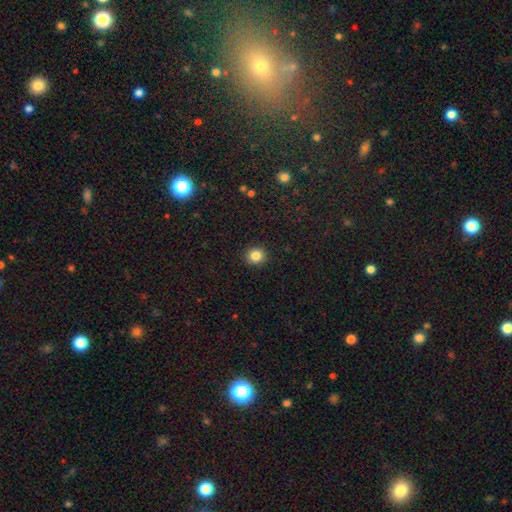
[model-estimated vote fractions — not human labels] Smooth or featured: smooth — 84% (star or artifact — 11%)
How rounded: round — 88% (in between — 11%)
Merging: none — 92% (minor disturbance — 5%)